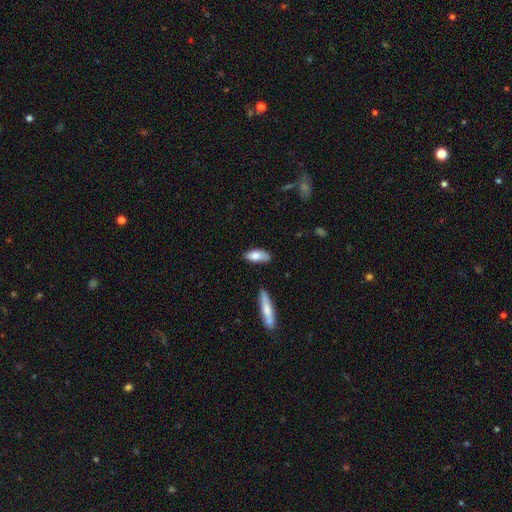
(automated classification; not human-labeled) A smooth galaxy with no disk features (81%) that is in between round and cigar-shaped (79%). Merging: none (72%).